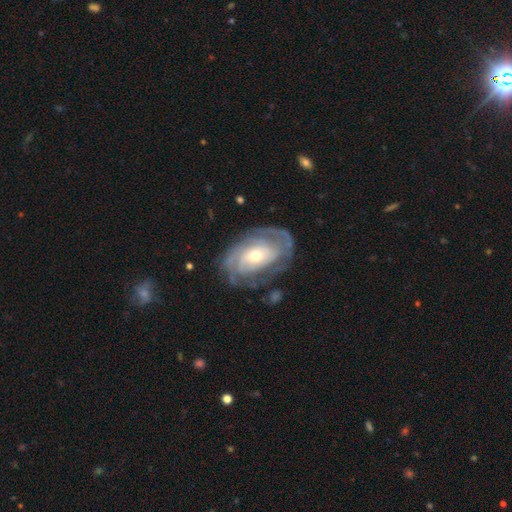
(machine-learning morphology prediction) A featured or disk galaxy (80%) with no bar (71%), tight (63%) spiral arms (86%) and a moderate central bulge (50%). Merging: none (67%).